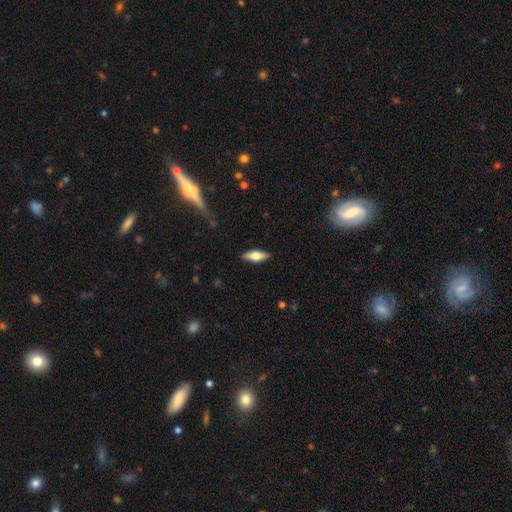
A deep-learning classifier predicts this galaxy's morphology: Smooth or featured? smooth (58%)
How rounded? in between (57%)
Merging? none (88%)